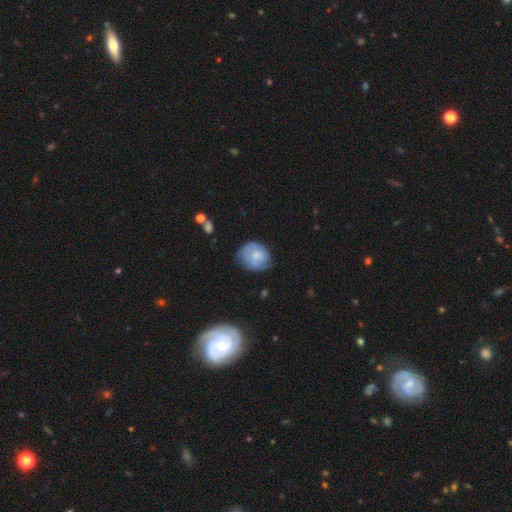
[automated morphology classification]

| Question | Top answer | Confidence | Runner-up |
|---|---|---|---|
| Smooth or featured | smooth | 58% | featured or disk (34%) |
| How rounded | round | 64% | in between (35%) |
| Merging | none | 58% | minor disturbance (30%) |